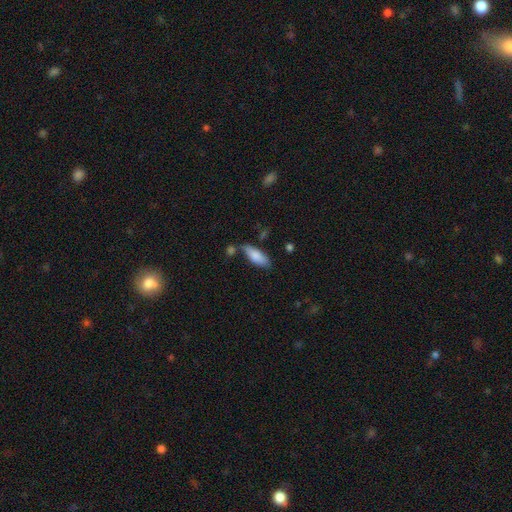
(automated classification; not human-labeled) Smooth or featured?
  - smooth: 82% *
  - featured or disk: 12%
  - star or artifact: 6%
How rounded?
  - in between: 69% *
  - cigar-shaped: 29%
  - round: 2%
Merging?
  - none: 63% *
  - minor disturbance: 20%
  - merger: 11%
  - major disturbance: 5%